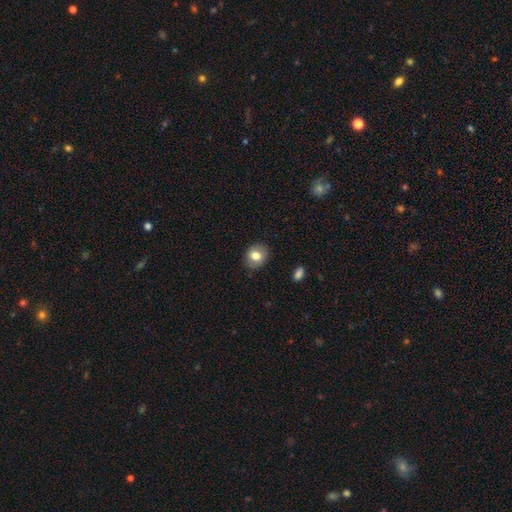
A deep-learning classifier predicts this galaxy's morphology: Smooth or featured?
  - smooth: 80% *
  - featured or disk: 11%
  - star or artifact: 9%
How rounded?
  - round: 69% *
  - in between: 30%
  - cigar-shaped: 1%
Merging?
  - none: 86% *
  - minor disturbance: 11%
  - major disturbance: 2%
  - merger: 1%